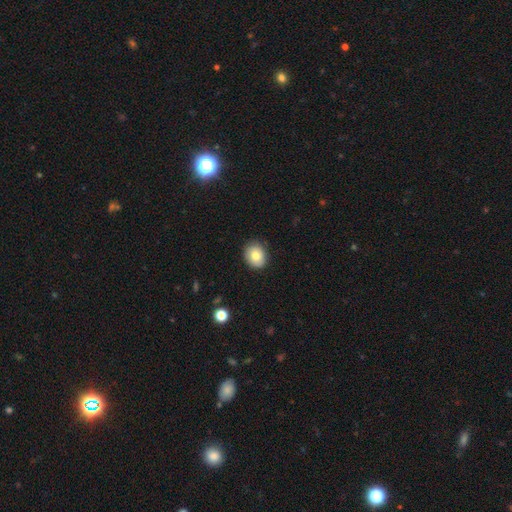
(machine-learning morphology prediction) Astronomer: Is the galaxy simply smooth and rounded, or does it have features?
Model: smooth — 80%.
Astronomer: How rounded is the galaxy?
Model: round — 57% (runner-up: in between, 42%).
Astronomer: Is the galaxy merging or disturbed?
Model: none — 85%.